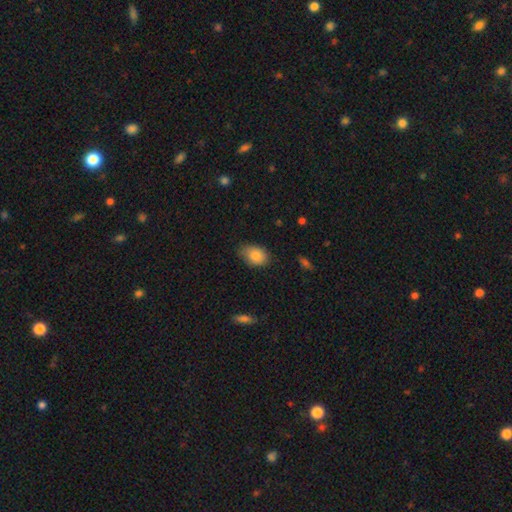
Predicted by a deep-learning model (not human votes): Smooth or featured: smooth — 83% (featured or disk — 9%)
How rounded: in between — 78% (round — 21%)
Merging: none — 71% (minor disturbance — 24%)